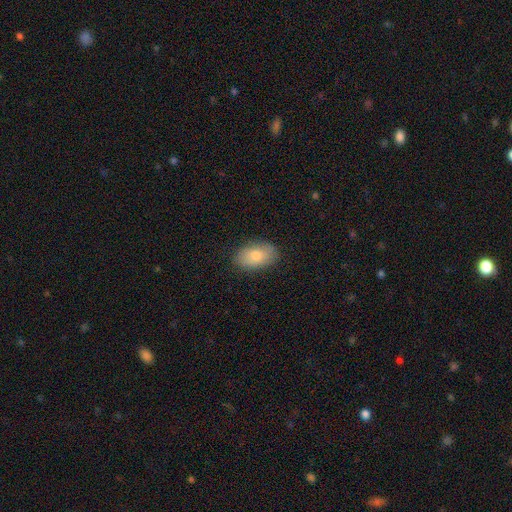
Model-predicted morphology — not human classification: smooth-or-featured: smooth: 81% | featured or disk: 13% | star or artifact: 7%
  how-rounded: in between: 92% | round: 7% | cigar-shaped: 1%
  merging: none: 84% | minor disturbance: 12% | major disturbance: 3% | merger: 1%